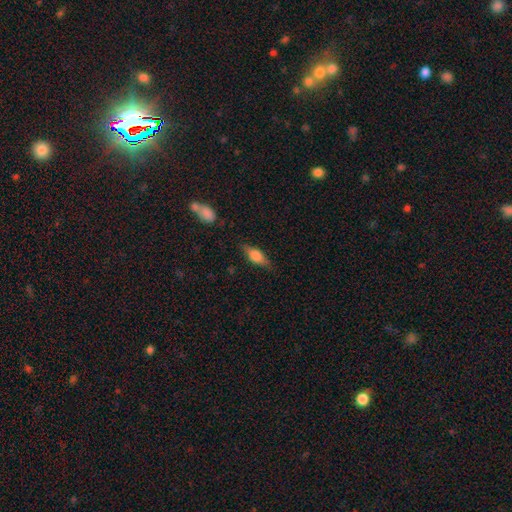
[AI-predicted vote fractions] A smooth galaxy with no disk features (59%) that is in between round and cigar-shaped (67%). Merging: none (77%).